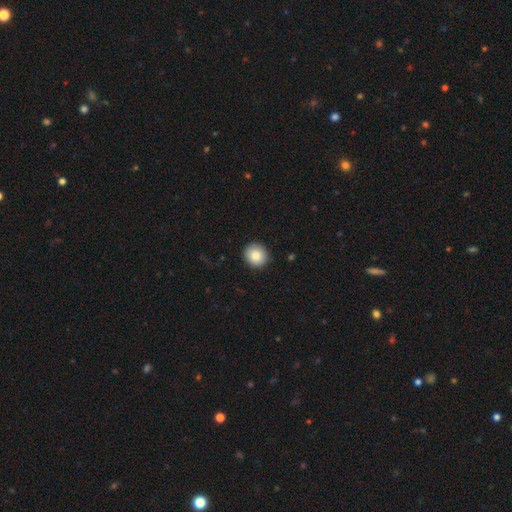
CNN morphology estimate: smooth 85%, star or artifact 8%, featured or disk 7%. Down the decision tree: how rounded — round (88%); merging — none (90%).